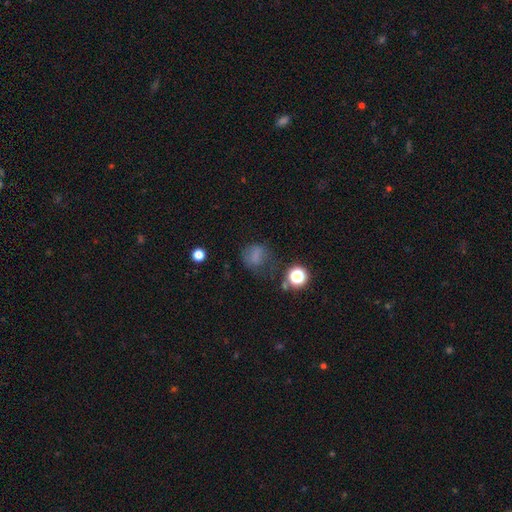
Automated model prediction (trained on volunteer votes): This appears to be a smooth galaxy with no disk features (66%) that is round (68%). Merging: none (54%).